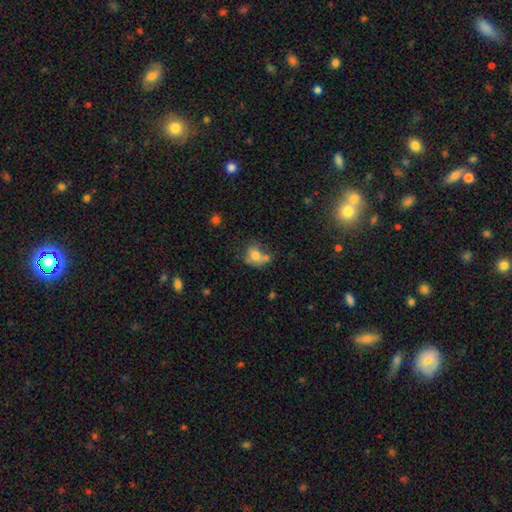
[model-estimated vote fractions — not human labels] Overall: smooth (72%). How rounded: round (54%; in between 44%). Merging: none (39%; merger 28%).